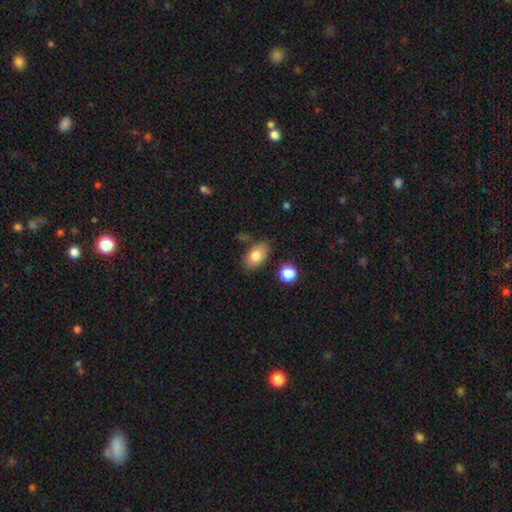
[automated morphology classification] Smooth or featured?
  - smooth: 79% *
  - featured or disk: 13%
  - star or artifact: 8%
How rounded?
  - in between: 88% *
  - round: 10%
  - cigar-shaped: 2%
Merging?
  - none: 77% *
  - minor disturbance: 15%
  - merger: 5%
  - major disturbance: 4%